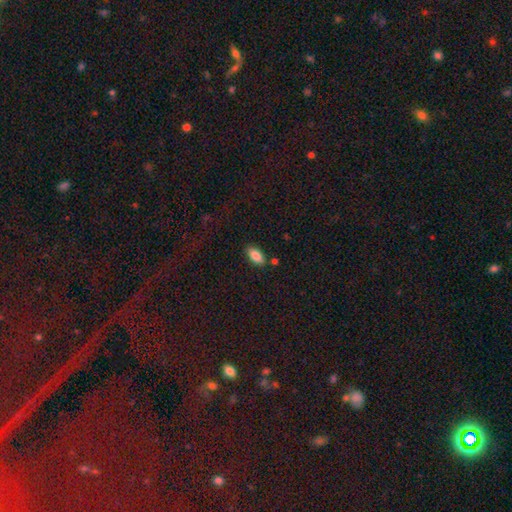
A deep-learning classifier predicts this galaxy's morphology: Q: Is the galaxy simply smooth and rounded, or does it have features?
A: smooth — 86%.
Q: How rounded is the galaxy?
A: in between — 90%.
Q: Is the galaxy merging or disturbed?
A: none — 82%.